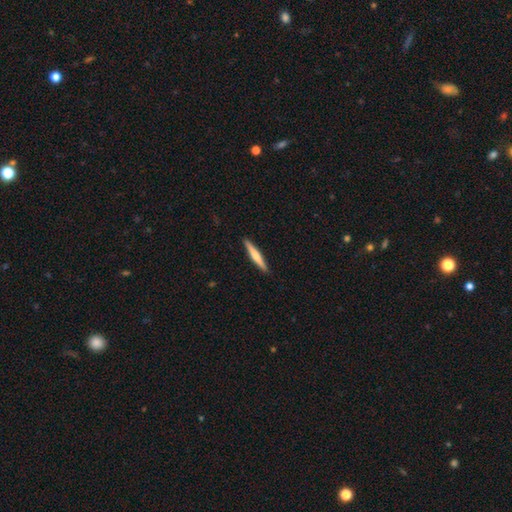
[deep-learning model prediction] The model was most divided on "smooth or featured": smooth: 54%, featured or disk: 41%, star or artifact: 5%. More confident: how rounded — cigar-shaped (94%); merging — none (92%).